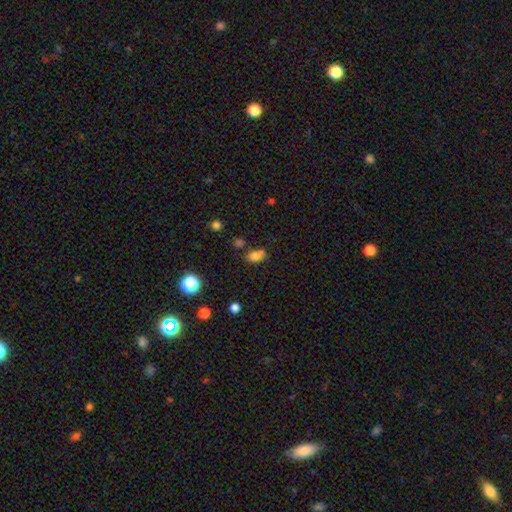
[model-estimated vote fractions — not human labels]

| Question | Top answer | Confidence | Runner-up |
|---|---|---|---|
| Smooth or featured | smooth | 78% | star or artifact (14%) |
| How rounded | in between | 76% | round (21%) |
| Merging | none | 56% | minor disturbance (24%) |